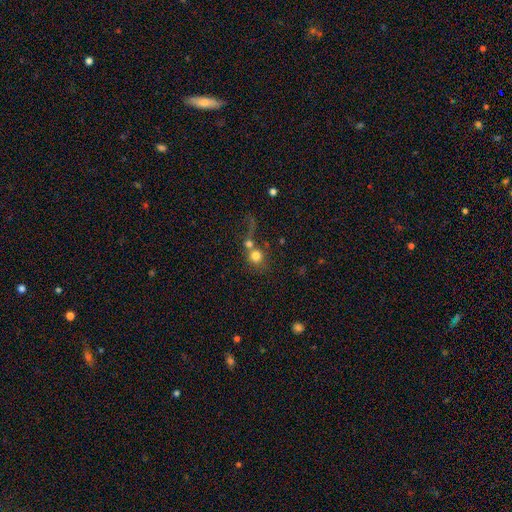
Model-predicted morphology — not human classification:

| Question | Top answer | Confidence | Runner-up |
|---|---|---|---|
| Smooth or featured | smooth | 75% | featured or disk (14%) |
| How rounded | round | 84% | in between (15%) |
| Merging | merger | 50% | none (31%) |